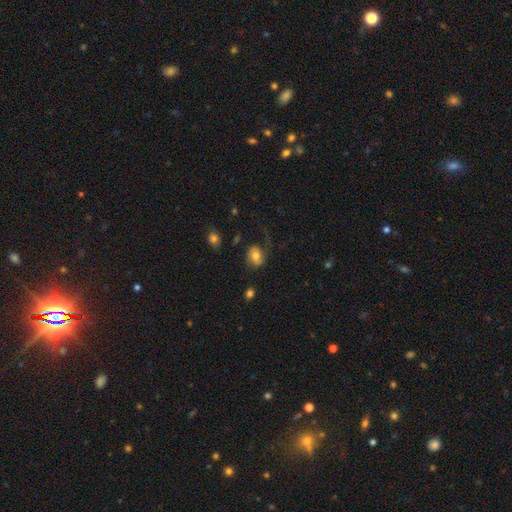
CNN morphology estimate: Q: Smooth or featured?
A: smooth (66%); runner-up: featured or disk (25%)
Q: How rounded?
A: in between (59%); runner-up: round (39%)
Q: Merging?
A: none (55%); runner-up: major disturbance (21%)